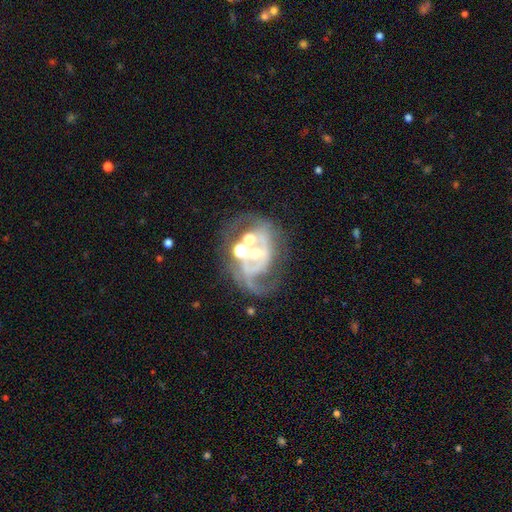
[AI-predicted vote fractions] A featured or disk galaxy (72%) with no bar (59%), 2 (50%) medium (40%) spiral arms (76%) and a small central bulge (42%). Merging: none (31%).